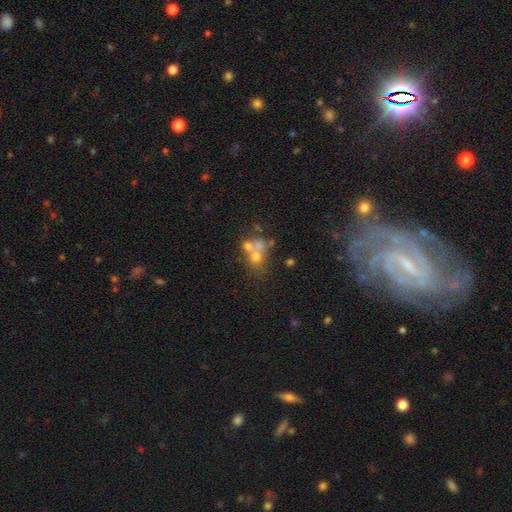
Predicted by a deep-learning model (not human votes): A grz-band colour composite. It shows a smooth galaxy with no disk features (52%) that is round (68%). Merging: merger (54%).